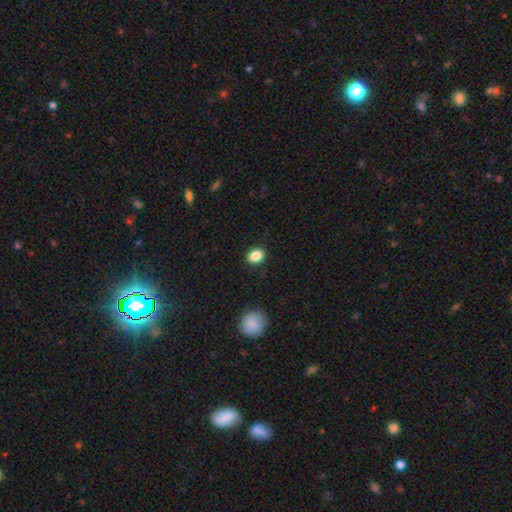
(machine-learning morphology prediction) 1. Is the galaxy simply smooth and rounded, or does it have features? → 86% smooth, 9% star or artifact, 4% featured or disk.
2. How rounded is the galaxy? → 60% in between, 39% round, 1% cigar-shaped.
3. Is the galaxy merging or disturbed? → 89% none, 8% minor disturbance, 2% major disturbance, 1% merger.